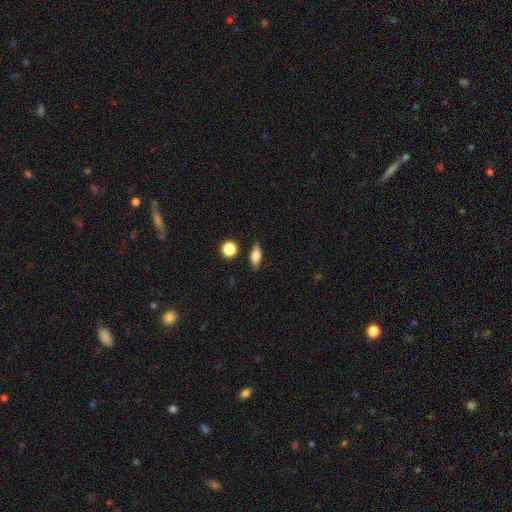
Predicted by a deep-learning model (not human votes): smooth 67%, featured or disk 24%, star or artifact 8%. Down the decision tree: how rounded — in between (68%); merging — none (83%).